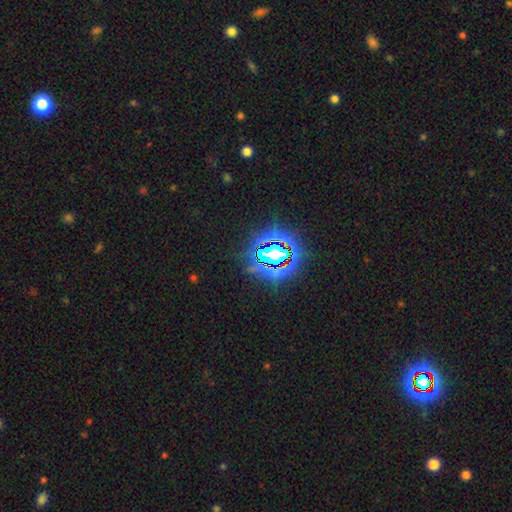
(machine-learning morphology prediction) The model was most divided on "smooth or featured": star or artifact: 84%, smooth: 10%, featured or disk: 6%.